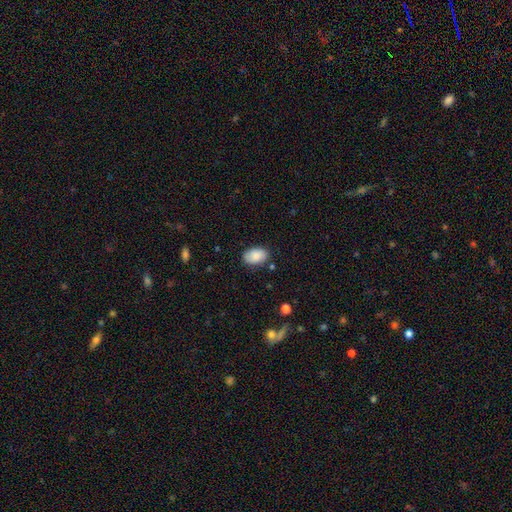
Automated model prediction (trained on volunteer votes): The model was most divided on "merging": none: 81%, minor disturbance: 14%, major disturbance: 3%, merger: 2%. More confident: how rounded — in between (89%); smooth or featured — smooth (85%).